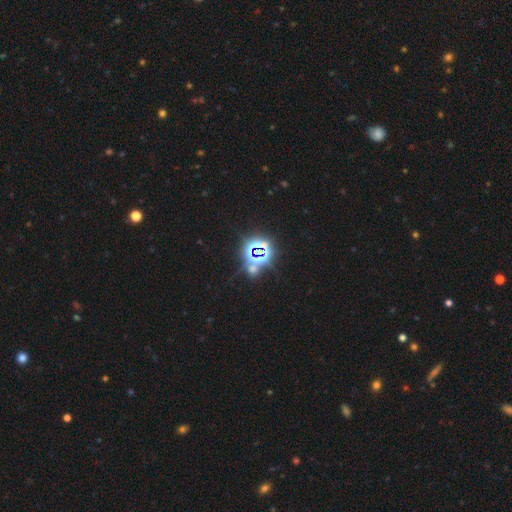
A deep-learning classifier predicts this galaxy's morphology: This is likely a star or artifact rather than a galaxy (78%).